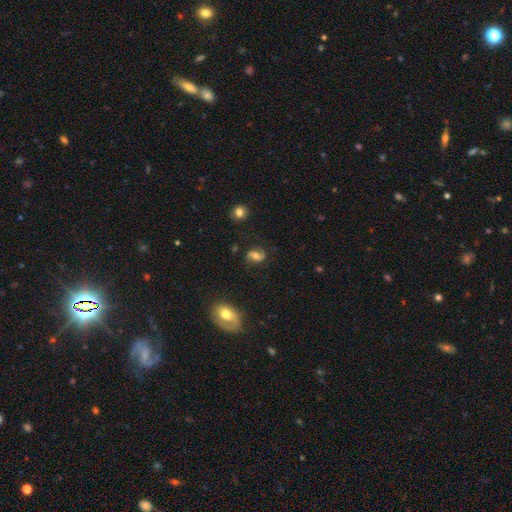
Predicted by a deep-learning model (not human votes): A featured or disk galaxy (68%) with no bar (44%), 2 (91%) medium (44%) spiral arms (92%) and a moderate central bulge (63%).

Vote fractions:
- Smooth or featured? featured or disk: 68% / smooth: 22% / star or artifact: 10%
- Edge-on disk? no: 97% / yes: 3%
- Bar? no: 44% / weak: 39% / strong: 17%
- Spiral arms? yes: 92% / no: 8%
- Spiral winding? medium: 44% / loose: 42% / tight: 14%
- Spiral arm count? 2: 91% / can't tell: 4% / 1: 3% / 3: 1% / 4: 1% / more than 4: 1%
- Bulge size? moderate: 63% / small: 18% / large: 14% / none: 3% / dominant: 2%
- Merging? none: 77% / minor disturbance: 14% / major disturbance: 6% / merger: 2%